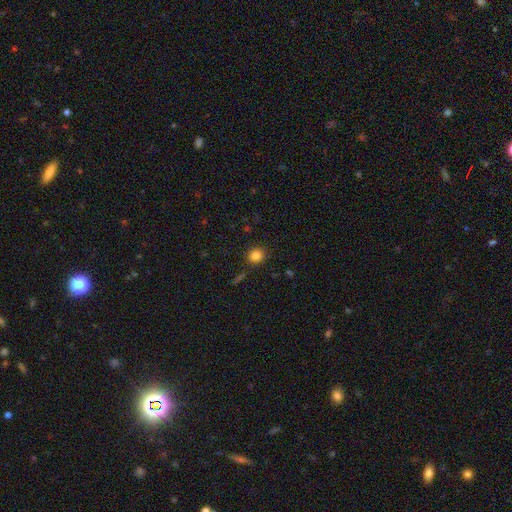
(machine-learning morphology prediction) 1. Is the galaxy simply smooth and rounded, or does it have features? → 82% smooth, 12% star or artifact, 6% featured or disk.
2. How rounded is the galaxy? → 77% round, 22% in between, 1% cigar-shaped.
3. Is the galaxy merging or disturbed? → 86% none, 9% minor disturbance, 2% major disturbance, 2% merger.